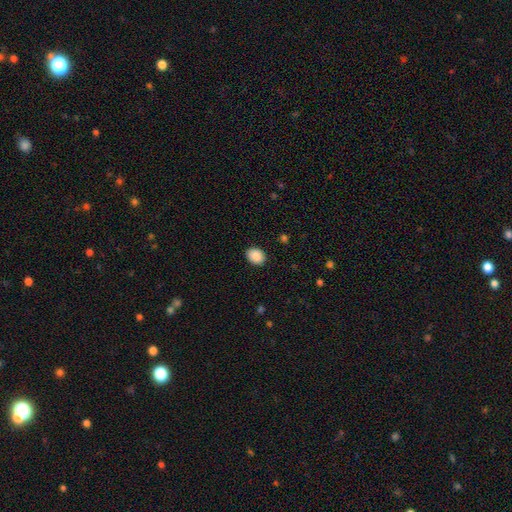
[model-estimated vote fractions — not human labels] This appears to be a smooth galaxy with no disk features (90%) that is in between round and cigar-shaped (59%). Merging: none (89%).